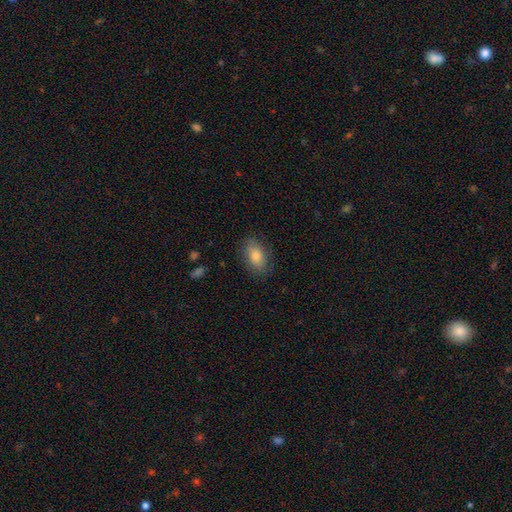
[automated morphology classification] Smooth or featured? smooth (75%)
How rounded? in between (86%)
Merging? none (82%)